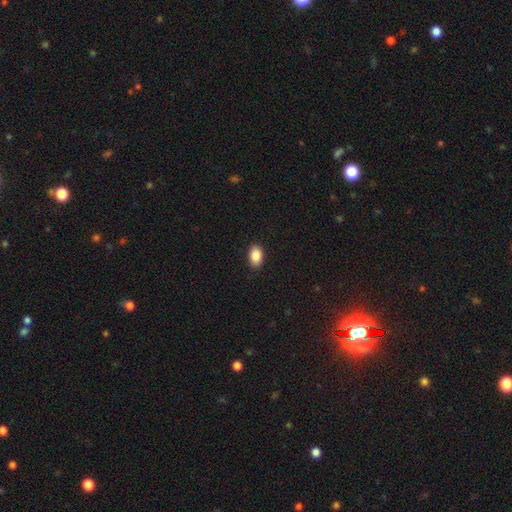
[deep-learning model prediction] smooth_or_featured: smooth (p=0.89) [alt: star or artifact p=0.07]
how_rounded: in between (p=0.89) [alt: round p=0.10]
merging: none (p=0.90) [alt: minor disturbance p=0.08]